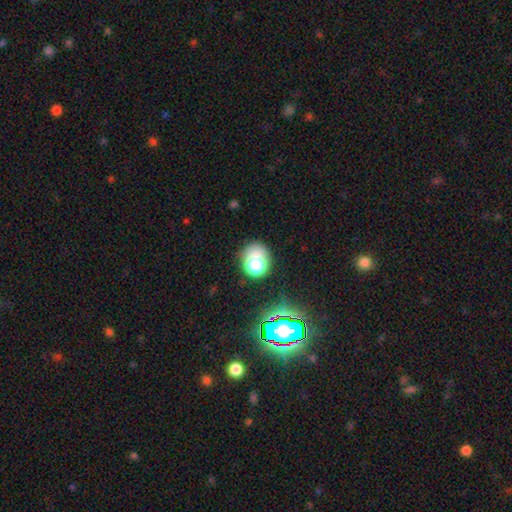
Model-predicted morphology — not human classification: This appears to be a smooth galaxy with no disk features (63%) that is round (66%). Merging: none (58%).